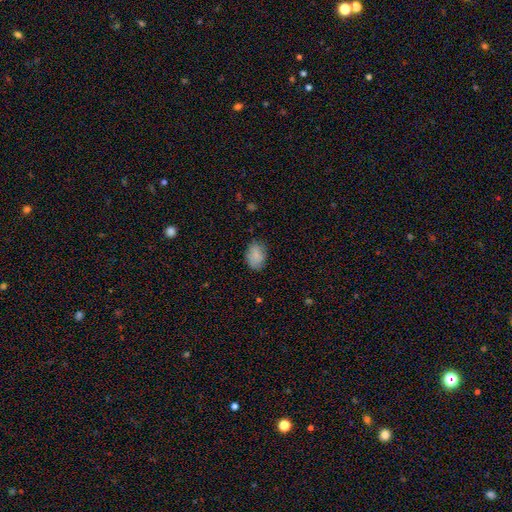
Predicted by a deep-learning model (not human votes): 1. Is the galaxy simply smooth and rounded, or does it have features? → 83% smooth, 9% featured or disk, 8% star or artifact.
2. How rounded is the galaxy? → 81% in between, 18% round, 1% cigar-shaped.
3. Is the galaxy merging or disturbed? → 79% none, 16% minor disturbance, 4% major disturbance, 1% merger.